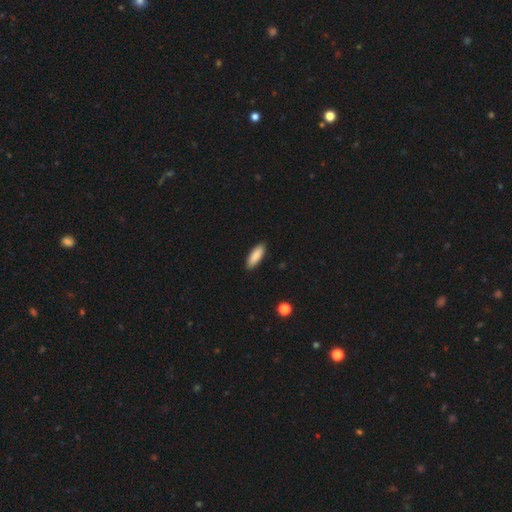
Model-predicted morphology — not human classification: Q: Smooth or featured?
A: smooth (87%); runner-up: featured or disk (7%)
Q: How rounded?
A: in between (61%); runner-up: cigar-shaped (38%)
Q: Merging?
A: none (90%); runner-up: minor disturbance (7%)